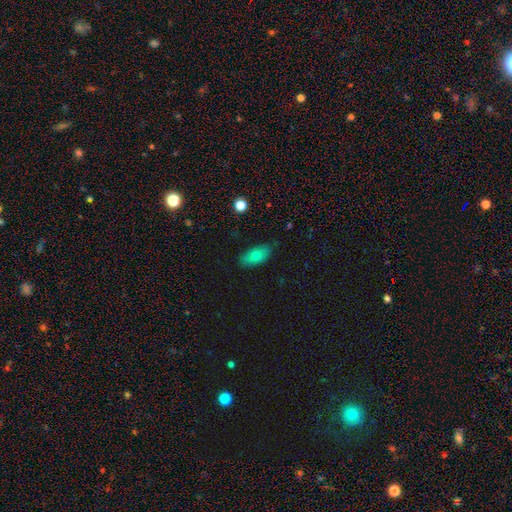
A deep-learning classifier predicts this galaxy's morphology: A smooth galaxy with no disk features (79%) that is in between round and cigar-shaped (90%).

Vote fractions:
- Smooth or featured? smooth: 79% / featured or disk: 13% / star or artifact: 8%
- How rounded? in between: 90% / cigar-shaped: 6% / round: 4%
- Merging? none: 80% / minor disturbance: 16% / major disturbance: 3% / merger: 1%